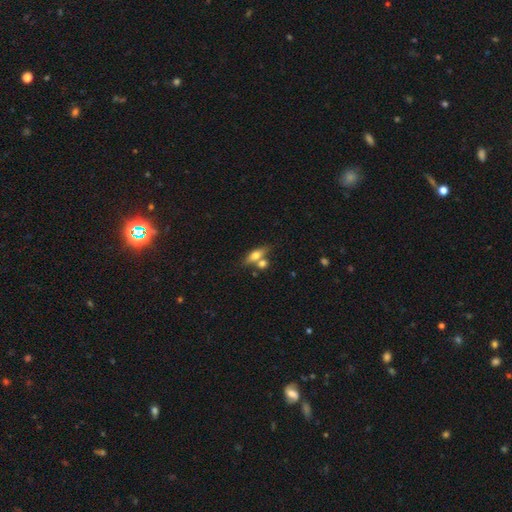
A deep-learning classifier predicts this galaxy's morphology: Smooth or featured: smooth — 63% (featured or disk — 29%)
How rounded: in between — 63% (cigar-shaped — 30%)
Merging: none — 53% (merger — 30%)